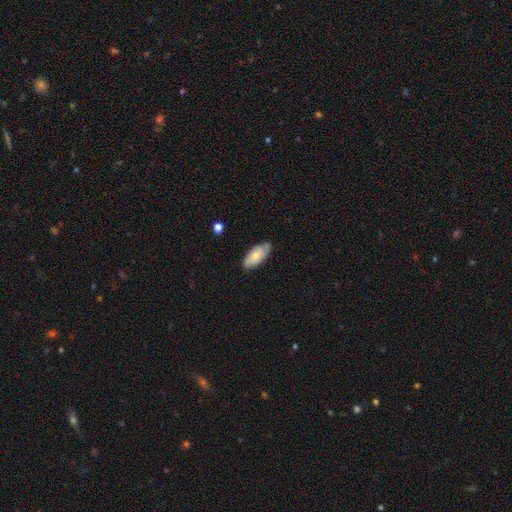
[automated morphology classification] Smooth or featured?
  - smooth: 53% *
  - featured or disk: 40%
  - star or artifact: 7%
How rounded?
  - in between: 87% *
  - cigar-shaped: 10%
  - round: 2%
Merging?
  - none: 75% *
  - minor disturbance: 20%
  - major disturbance: 4%
  - merger: 1%